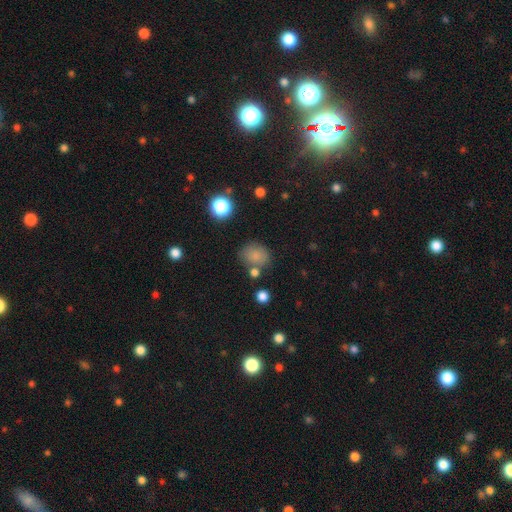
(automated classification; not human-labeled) A smooth galaxy with no disk features (79%) that is round (61%).

Vote fractions:
- Smooth or featured? smooth: 79% / star or artifact: 13% / featured or disk: 8%
- How rounded? round: 61% / in between: 38% / cigar-shaped: 1%
- Merging? none: 66% / minor disturbance: 17% / merger: 11% / major disturbance: 6%